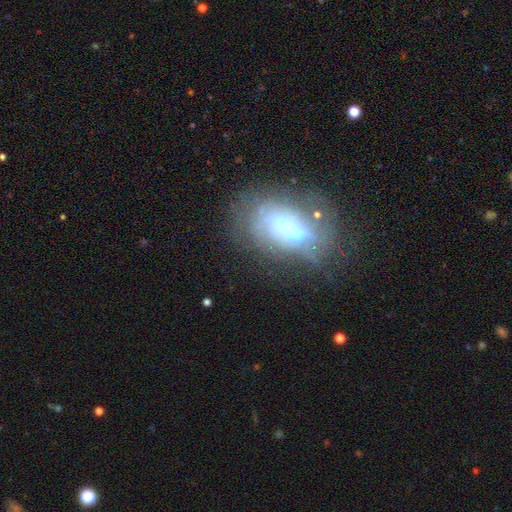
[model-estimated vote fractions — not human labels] The model was most divided on "smooth or featured": featured or disk: 49%, smooth: 35%, star or artifact: 17%. More confident: merging — none (71%).